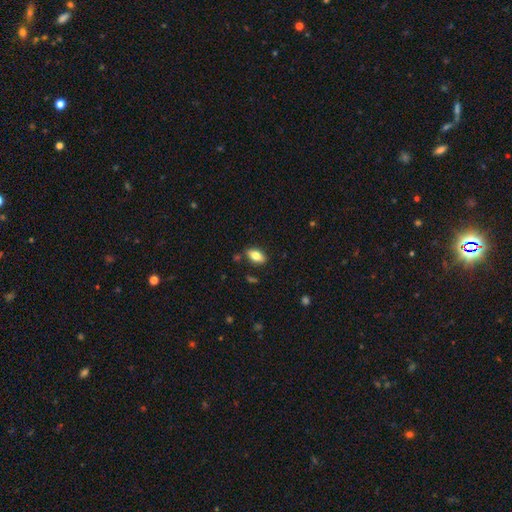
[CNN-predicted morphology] Smooth or featured?
  - smooth: 79% *
  - featured or disk: 13%
  - star or artifact: 7%
How rounded?
  - in between: 91% *
  - cigar-shaped: 5%
  - round: 4%
Merging?
  - none: 84% *
  - minor disturbance: 11%
  - merger: 3%
  - major disturbance: 2%